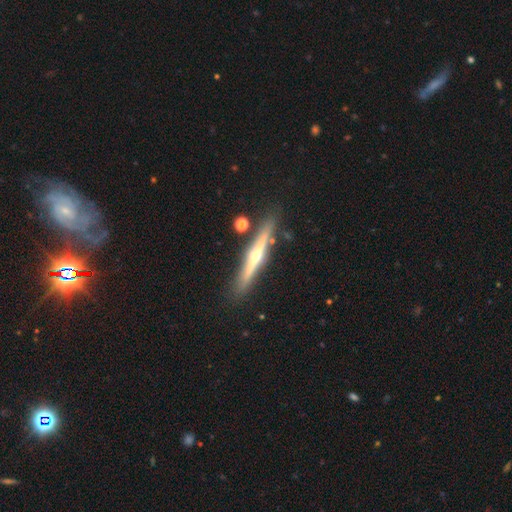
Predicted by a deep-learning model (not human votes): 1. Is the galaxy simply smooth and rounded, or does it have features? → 74% featured or disk, 19% smooth, 6% star or artifact.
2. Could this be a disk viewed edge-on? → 97% yes, 3% no.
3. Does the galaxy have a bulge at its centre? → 86% rounded, 11% none, 3% boxy.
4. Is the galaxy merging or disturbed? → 87% none, 8% minor disturbance, 3% merger, 2% major disturbance.